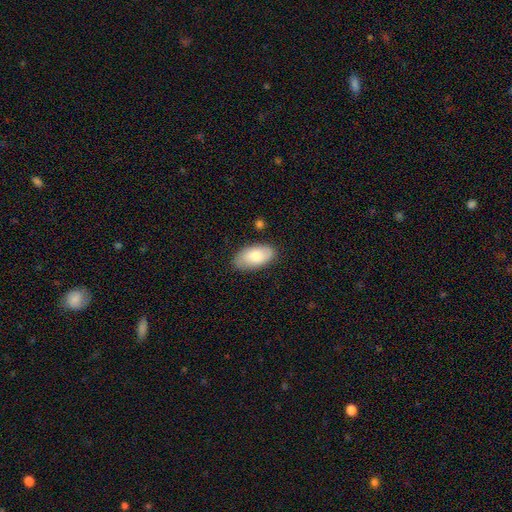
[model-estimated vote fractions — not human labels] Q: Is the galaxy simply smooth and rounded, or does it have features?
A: smooth — 74%.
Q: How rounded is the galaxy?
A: in between — 95%.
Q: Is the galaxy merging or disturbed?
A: none — 79%.